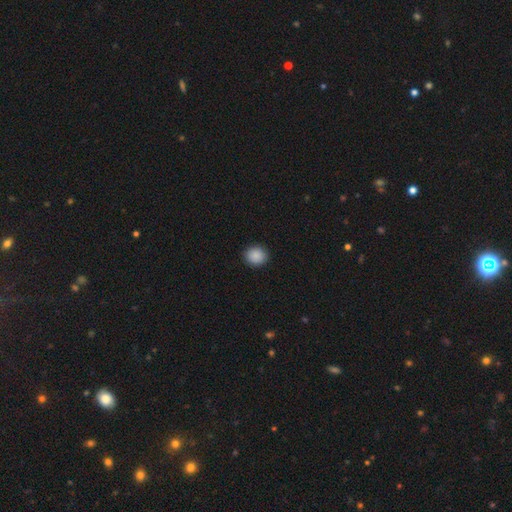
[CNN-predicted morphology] Smooth or featured? smooth (89%)
How rounded? round (82%)
Merging? none (91%)